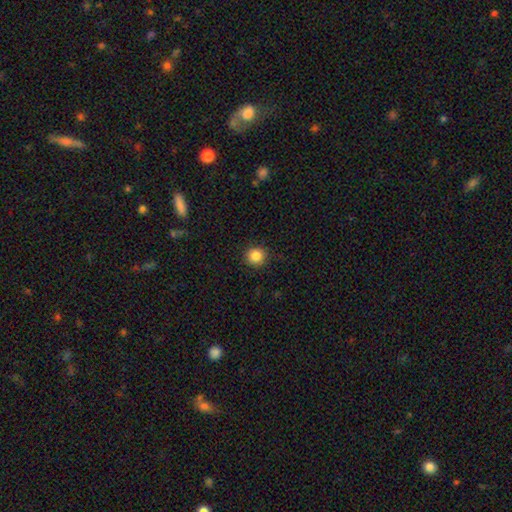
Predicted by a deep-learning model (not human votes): Smooth or featured?
  - smooth: 85% *
  - star or artifact: 10%
  - featured or disk: 4%
How rounded?
  - round: 93% *
  - in between: 6%
  - cigar-shaped: 1%
Merging?
  - none: 91% *
  - minor disturbance: 6%
  - major disturbance: 2%
  - merger: 1%